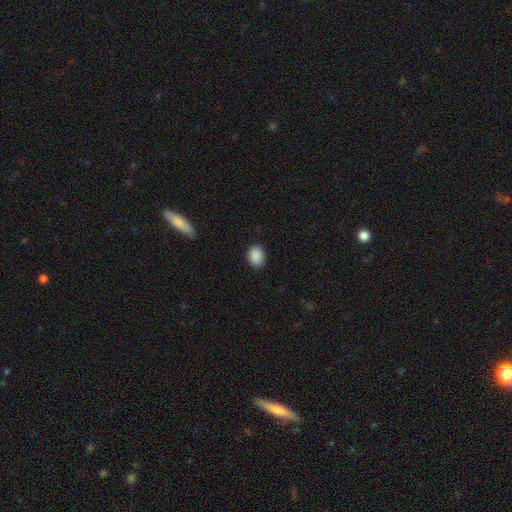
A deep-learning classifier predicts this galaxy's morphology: Smooth or featured? smooth (89%)
How rounded? in between (65%)
Merging? none (86%)